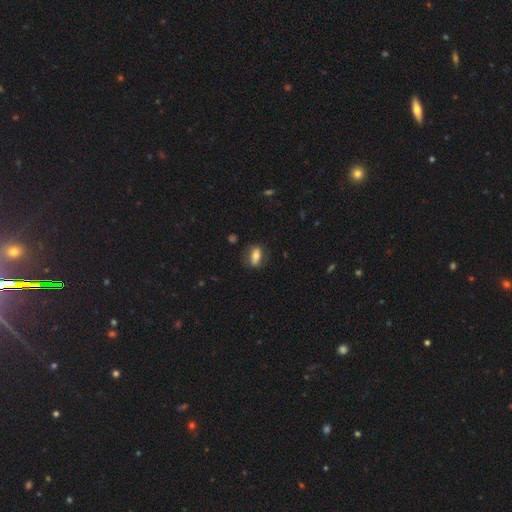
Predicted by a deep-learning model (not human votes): A smooth galaxy with no disk features (67%) that is in between round and cigar-shaped (79%).

Vote fractions:
- Smooth or featured? smooth: 67% / featured or disk: 25% / star or artifact: 8%
- How rounded? in between: 79% / cigar-shaped: 13% / round: 8%
- Merging? none: 76% / minor disturbance: 17% / major disturbance: 6% / merger: 2%